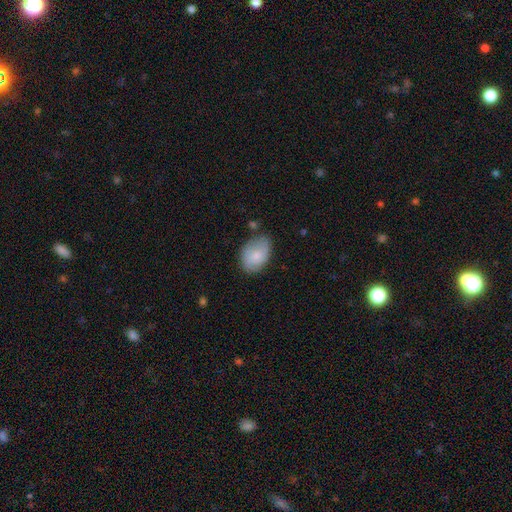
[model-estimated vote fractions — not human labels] smooth 75%, featured or disk 18%, star or artifact 6%. Down the decision tree: how rounded — in between (82%); merging — none (62%).